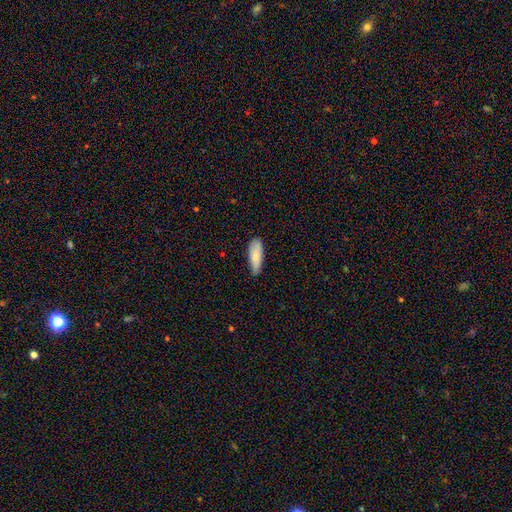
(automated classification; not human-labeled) Overall: smooth (83%). How rounded: in between (64%; cigar-shaped 34%). Merging: none (72%).